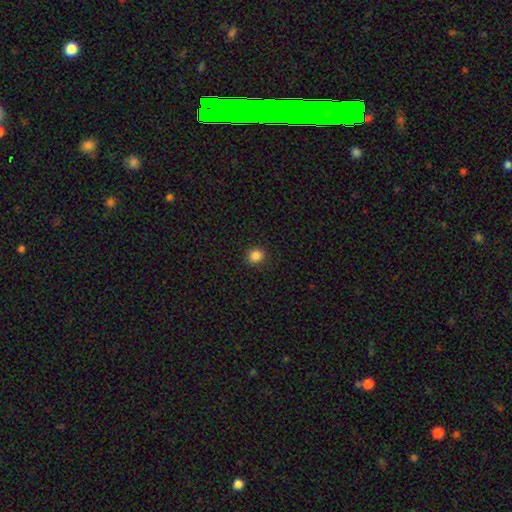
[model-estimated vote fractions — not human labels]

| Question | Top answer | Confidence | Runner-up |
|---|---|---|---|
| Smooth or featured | smooth | 86% | star or artifact (11%) |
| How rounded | round | 90% | in between (9%) |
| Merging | none | 91% | minor disturbance (6%) |